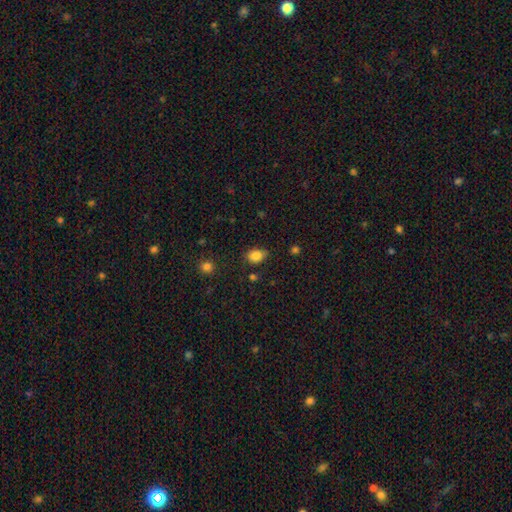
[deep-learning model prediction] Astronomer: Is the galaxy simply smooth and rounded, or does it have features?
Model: smooth — 84%.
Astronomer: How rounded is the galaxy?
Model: in between — 69%.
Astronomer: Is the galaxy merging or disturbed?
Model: none — 70%.